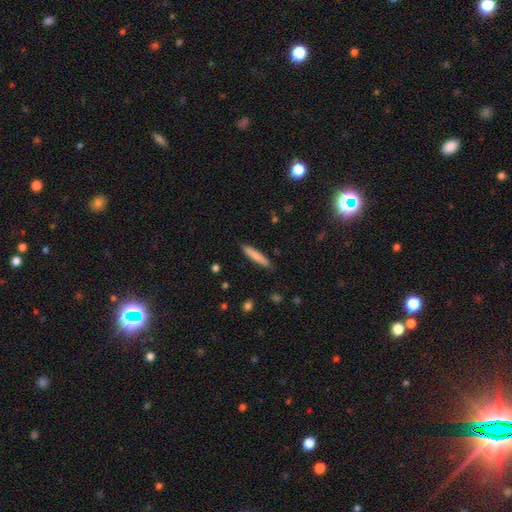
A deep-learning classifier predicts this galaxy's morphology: type=smooth (79%); roundness=cigar-shaped (91%); merging=none (88%).